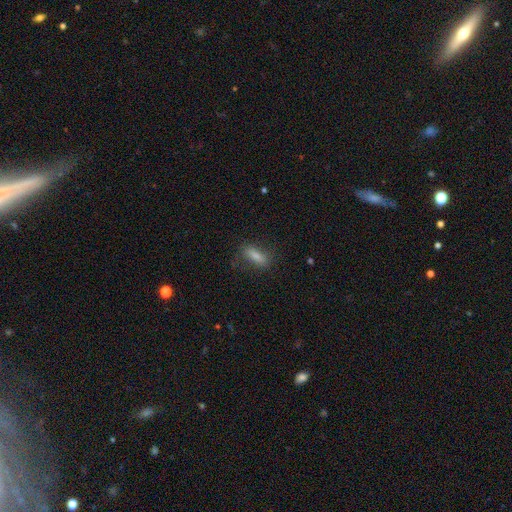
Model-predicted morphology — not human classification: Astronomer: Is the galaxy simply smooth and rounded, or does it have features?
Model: smooth — 69%.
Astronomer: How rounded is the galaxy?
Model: in between — 50% (runner-up: cigar-shaped, 46%).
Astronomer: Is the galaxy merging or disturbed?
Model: none — 77%.